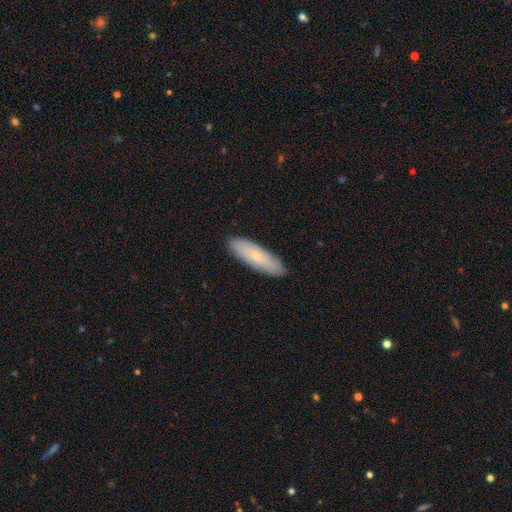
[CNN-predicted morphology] This is likely a smooth galaxy (69%). How rounded: possibly cigar-shaped (55%). Merging: clearly none (89%).